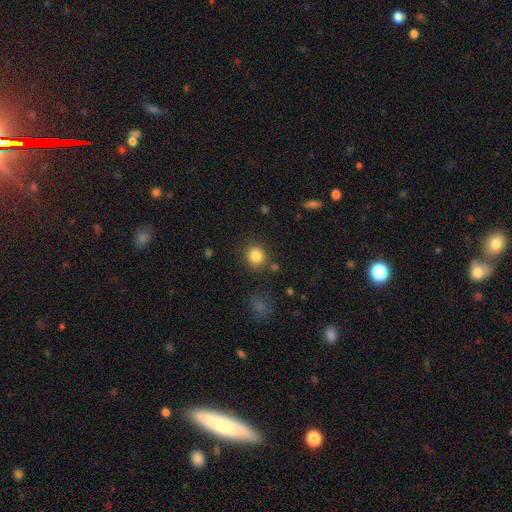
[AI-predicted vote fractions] Smooth or featured: smooth — 85% (star or artifact — 11%)
How rounded: round — 87% (in between — 12%)
Merging: none — 84% (minor disturbance — 8%)